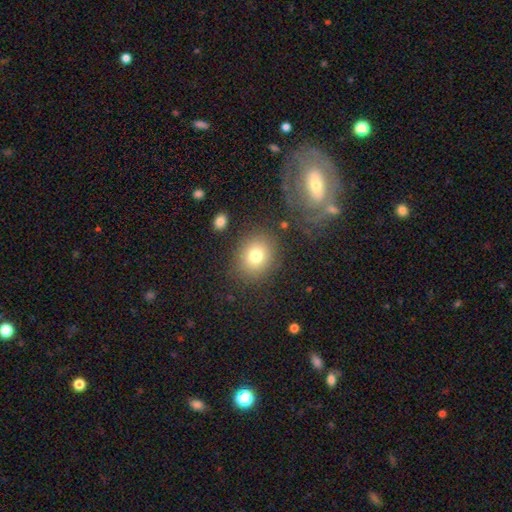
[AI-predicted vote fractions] The model was most divided on "how rounded": round: 70%, in between: 29%, cigar-shaped: 1%. More confident: merging — none (83%); smooth or featured — smooth (76%).